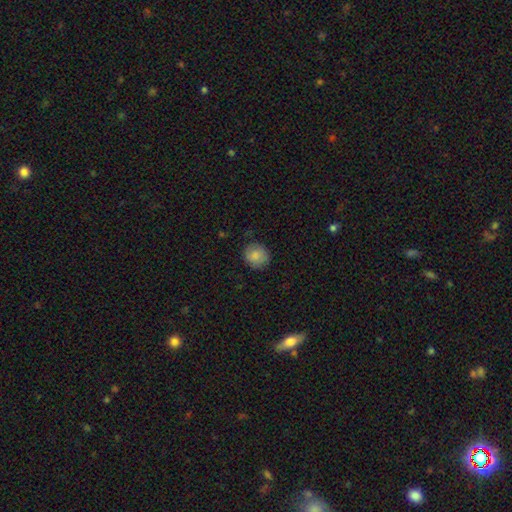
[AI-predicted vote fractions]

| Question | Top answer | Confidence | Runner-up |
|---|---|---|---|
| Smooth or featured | smooth | 84% | featured or disk (8%) |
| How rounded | round | 83% | in between (16%) |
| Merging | none | 81% | minor disturbance (14%) |